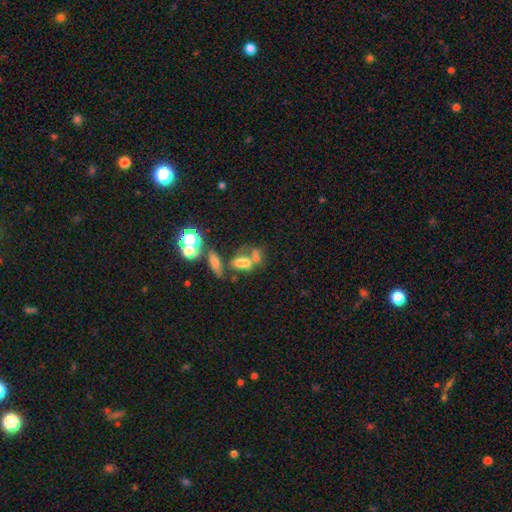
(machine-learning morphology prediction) Smooth or featured? Predicted: smooth (p=0.55). How rounded? Predicted: in between (p=0.69). Merging? Predicted: merger (p=0.51).